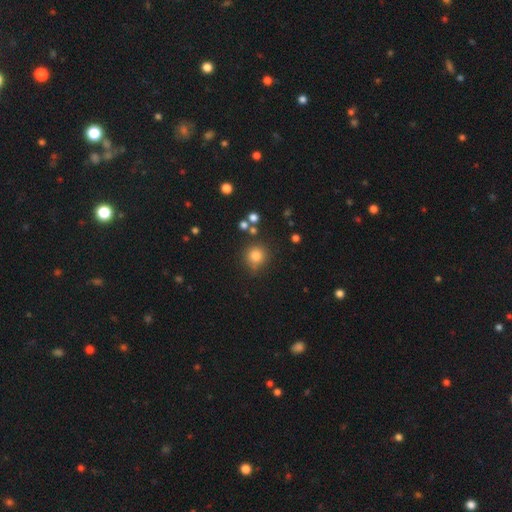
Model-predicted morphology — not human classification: This is clearly a smooth galaxy (81%). How rounded: clearly round (91%). Merging: likely none (78%).